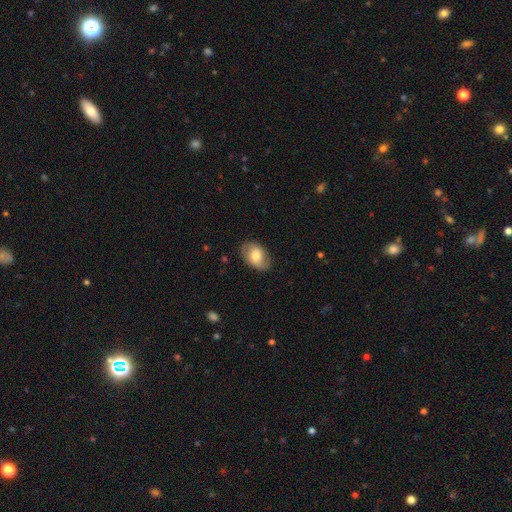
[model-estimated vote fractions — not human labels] Smooth or featured? smooth (60%)
How rounded? in between (86%)
Merging? none (78%)